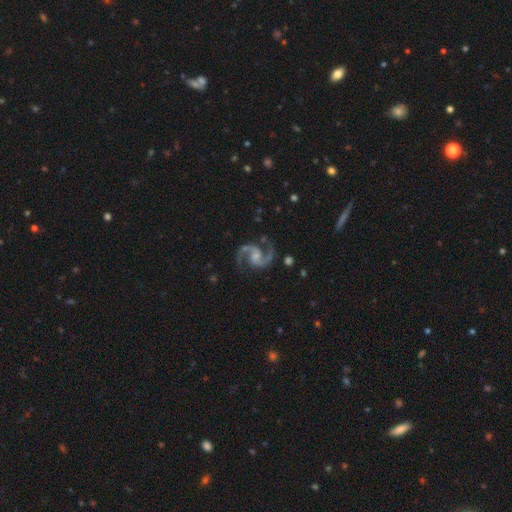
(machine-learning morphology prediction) smooth_or_featured: featured or disk (p=0.94) [alt: star or artifact p=0.04]
disk_edge_on: no (p=0.98) [alt: yes p=0.02]
bar: no (p=0.50) [alt: weak p=0.40]
has_spiral_arms: yes (p=0.99) [alt: no p=0.01]
spiral_winding: medium (p=0.67) [alt: loose p=0.22]
spiral_arm_count: 2 (p=0.95) [alt: 3 p=0.01]
bulge_size: small (p=0.37) [alt: moderate p=0.30]
merging: none (p=0.81) [alt: minor disturbance p=0.13]